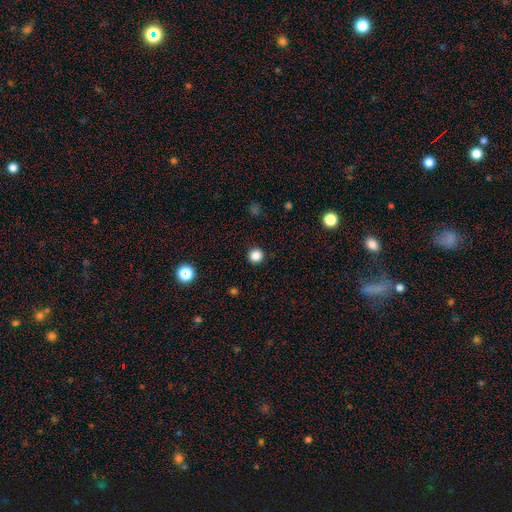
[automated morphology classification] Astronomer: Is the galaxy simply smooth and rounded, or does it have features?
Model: smooth — 85%.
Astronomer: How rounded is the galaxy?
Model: round — 95%.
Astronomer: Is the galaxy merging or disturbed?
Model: none — 93%.